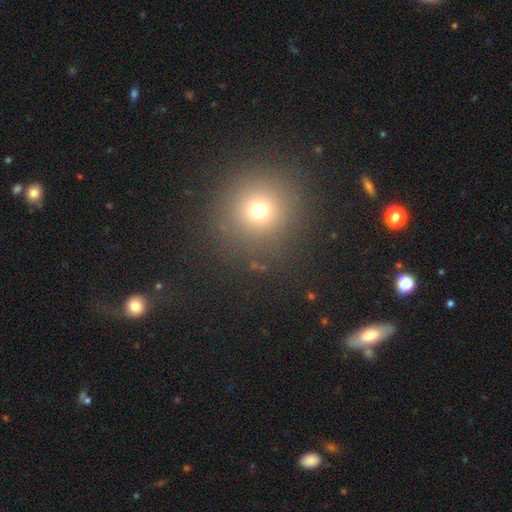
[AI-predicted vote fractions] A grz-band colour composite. It shows a smooth galaxy with no disk features (59%) that is round (94%). Merging: none (90%).